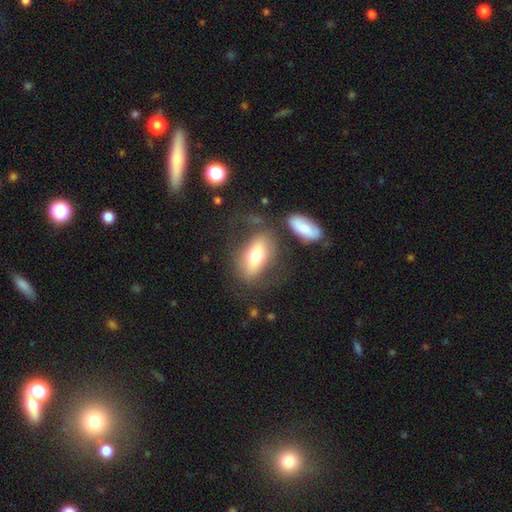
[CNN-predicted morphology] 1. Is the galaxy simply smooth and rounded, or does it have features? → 65% smooth, 28% featured or disk, 7% star or artifact.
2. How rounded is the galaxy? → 82% in between, 11% cigar-shaped, 6% round.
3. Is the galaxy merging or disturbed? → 60% none, 18% minor disturbance, 13% major disturbance, 9% merger.